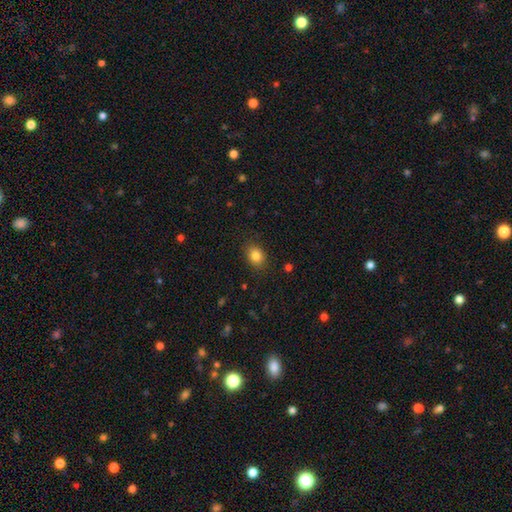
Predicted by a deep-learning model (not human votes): Smooth or featured?
  - smooth: 84% *
  - star or artifact: 10%
  - featured or disk: 6%
How rounded?
  - in between: 57% *
  - round: 42%
  - cigar-shaped: 1%
Merging?
  - none: 86% *
  - minor disturbance: 10%
  - major disturbance: 3%
  - merger: 1%